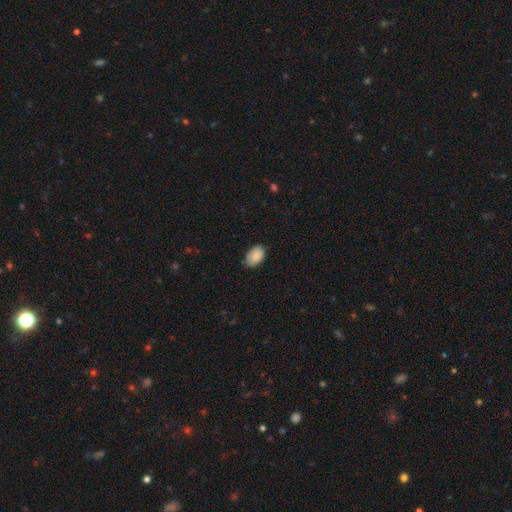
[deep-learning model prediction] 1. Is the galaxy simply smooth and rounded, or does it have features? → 89% smooth, 7% star or artifact, 4% featured or disk.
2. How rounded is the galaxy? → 87% in between, 12% round, 1% cigar-shaped.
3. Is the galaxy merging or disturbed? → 82% none, 15% minor disturbance, 2% major disturbance, 1% merger.